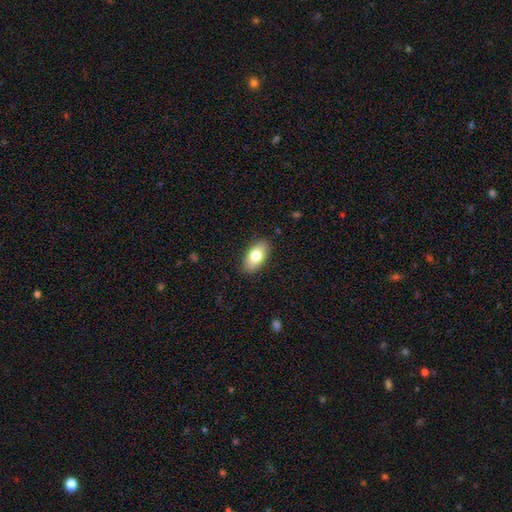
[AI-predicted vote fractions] A smooth galaxy with no disk features (78%) that is in between round and cigar-shaped (92%).

Vote fractions:
- Smooth or featured? smooth: 78% / featured or disk: 15% / star or artifact: 7%
- How rounded? in between: 92% / round: 5% / cigar-shaped: 4%
- Merging? none: 87% / minor disturbance: 10% / major disturbance: 2% / merger: 1%